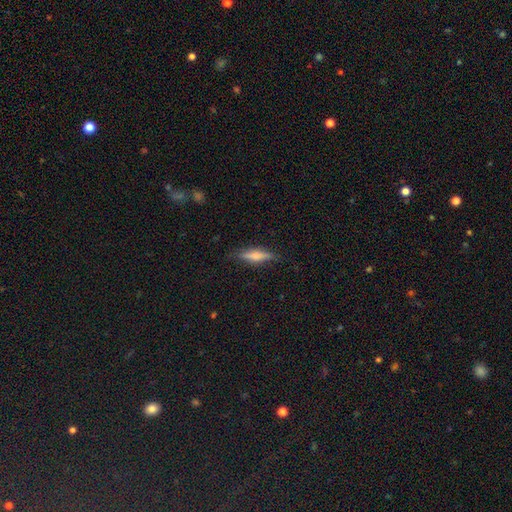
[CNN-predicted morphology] Q: Smooth or featured?
A: smooth (51%); runner-up: featured or disk (41%)
Q: How rounded?
A: cigar-shaped (74%); runner-up: in between (24%)
Q: Merging?
A: none (82%); runner-up: minor disturbance (13%)